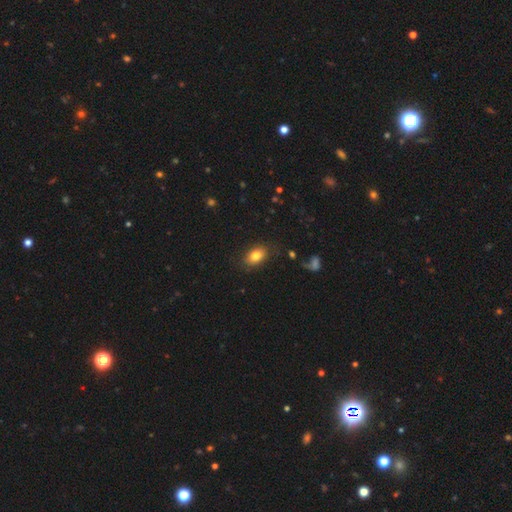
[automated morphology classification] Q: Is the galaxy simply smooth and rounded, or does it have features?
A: smooth — 81%.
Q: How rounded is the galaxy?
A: in between — 85%.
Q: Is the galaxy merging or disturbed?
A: none — 85%.